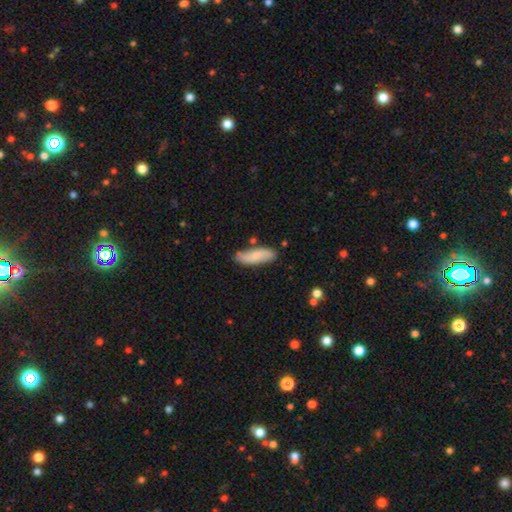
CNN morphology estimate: Overall: smooth (77%). How rounded: in between (54%; cigar-shaped 44%). Merging: none (77%).